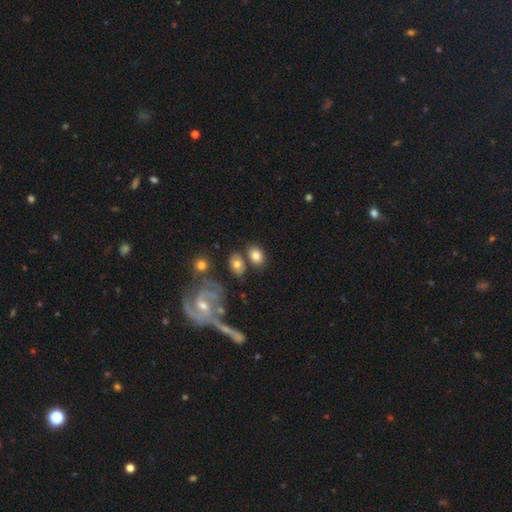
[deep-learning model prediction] Smooth or featured?
  - smooth: 76% *
  - featured or disk: 16%
  - star or artifact: 8%
How rounded?
  - in between: 70% *
  - round: 28%
  - cigar-shaped: 1%
Merging?
  - none: 64% *
  - merger: 16%
  - minor disturbance: 14%
  - major disturbance: 6%